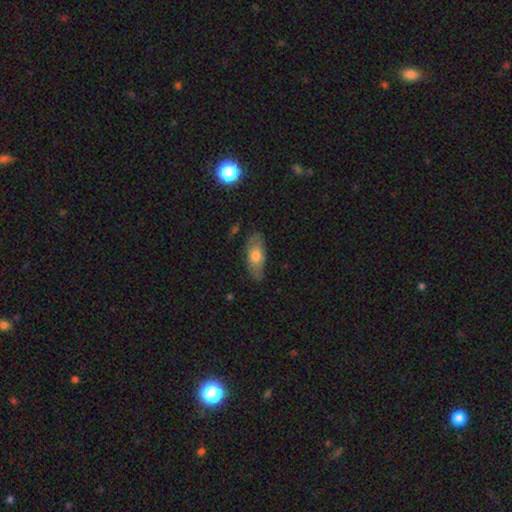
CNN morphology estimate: smooth-or-featured: smooth: 65% | featured or disk: 28% | star or artifact: 7%
  how-rounded: in between: 83% | cigar-shaped: 13% | round: 3%
  merging: none: 74% | minor disturbance: 20% | major disturbance: 5% | merger: 2%